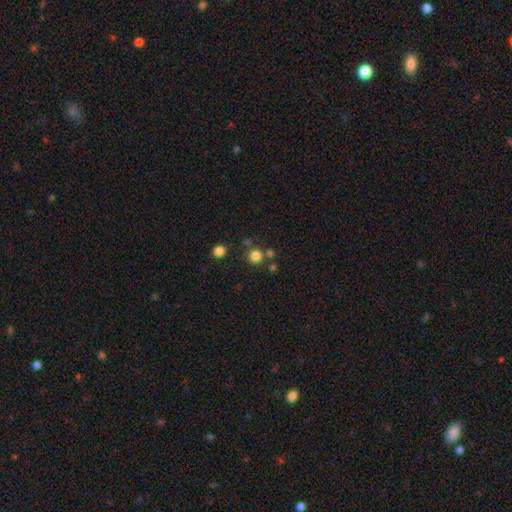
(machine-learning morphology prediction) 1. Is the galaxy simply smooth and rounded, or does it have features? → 81% smooth, 14% star or artifact, 5% featured or disk.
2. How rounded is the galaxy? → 93% round, 6% in between, 1% cigar-shaped.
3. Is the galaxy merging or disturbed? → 75% none, 14% merger, 8% minor disturbance, 3% major disturbance.